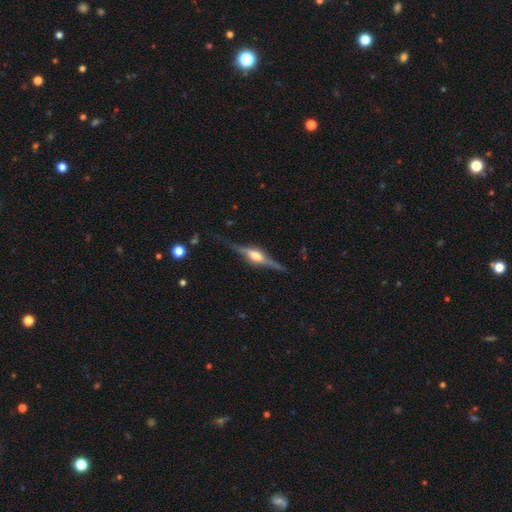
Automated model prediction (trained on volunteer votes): Smooth or featured: featured or disk — 82% (smooth — 12%)
Edge-on disk: yes — 98% (no — 2%)
Edge-on bulge: rounded — 85% (boxy — 13%)
Merging: none — 82% (minor disturbance — 13%)